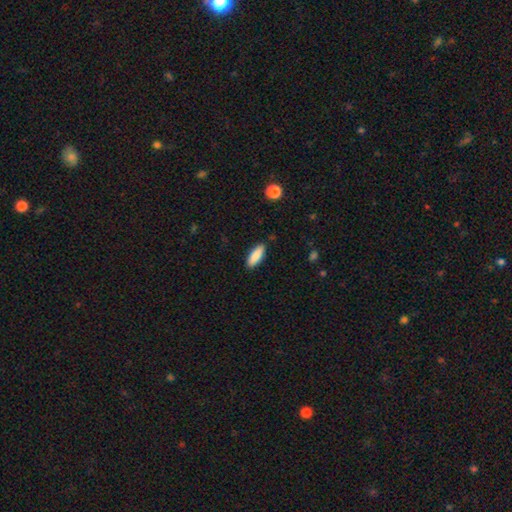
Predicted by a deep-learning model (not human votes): Smooth or featured? Predicted: smooth (p=0.86). How rounded? Predicted: in between (p=0.68). Merging? Predicted: none (p=0.88).